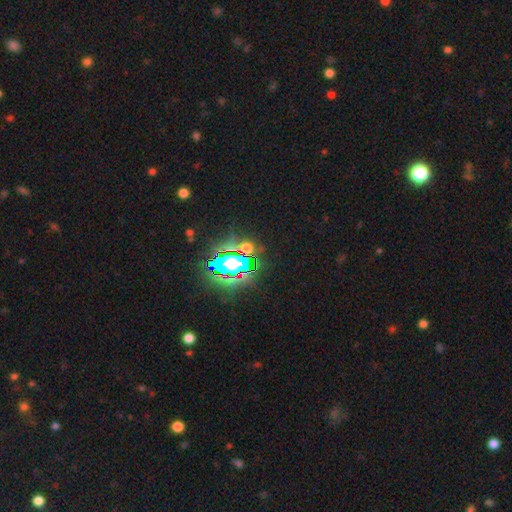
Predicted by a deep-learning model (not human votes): A star or artifact, not a galaxy (85%).